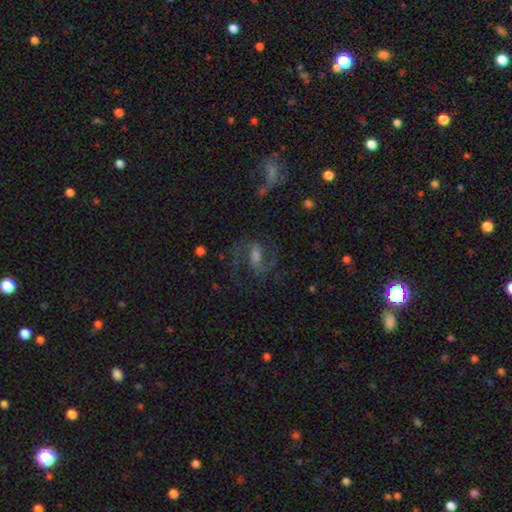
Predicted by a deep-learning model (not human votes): Smooth or featured?
  - featured or disk: 77% *
  - smooth: 12%
  - star or artifact: 11%
Edge-on disk?
  - no: 97% *
  - yes: 3%
Bar?
  - weak: 47% *
  - strong: 34%
  - no: 19%
Spiral arms?
  - yes: 94% *
  - no: 6%
Spiral winding?
  - medium: 56% *
  - loose: 29%
  - tight: 15%
Spiral arm count?
  - 2: 88% *
  - can't tell: 5%
  - 1: 2%
  - 3: 2%
  - 4: 1%
  - more than 4: 1%
Bulge size?
  - moderate: 37% *
  - small: 25%
  - none: 18%
  - large: 17%
  - dominant: 2%
Merging?
  - none: 67% *
  - major disturbance: 16%
  - minor disturbance: 15%
  - merger: 3%